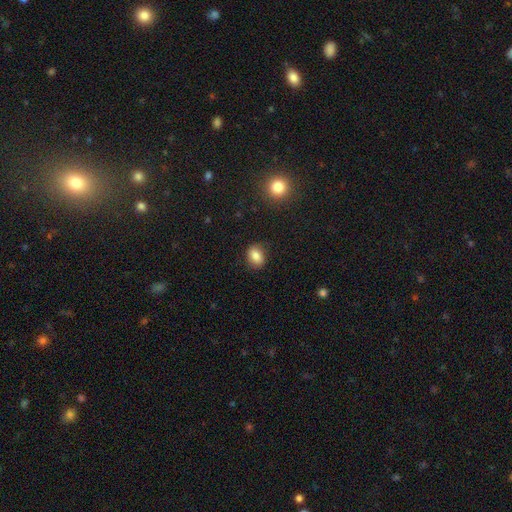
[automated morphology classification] Smooth or featured?
  - smooth: 83% *
  - star or artifact: 10%
  - featured or disk: 7%
How rounded?
  - in between: 65% *
  - round: 34%
  - cigar-shaped: 1%
Merging?
  - none: 82% *
  - minor disturbance: 14%
  - major disturbance: 3%
  - merger: 1%